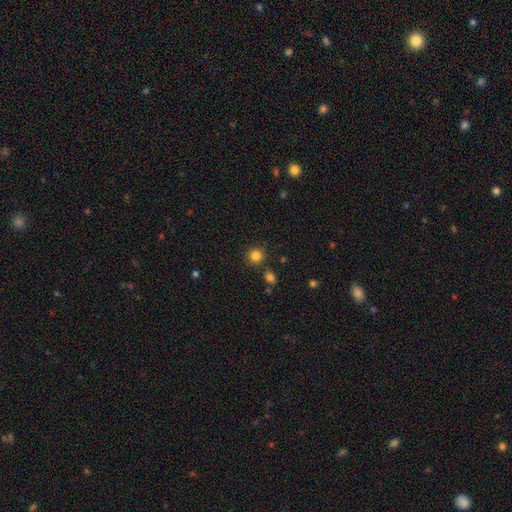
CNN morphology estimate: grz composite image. It shows a smooth galaxy with no disk features (83%) that is round (91%). Merging: none (85%).